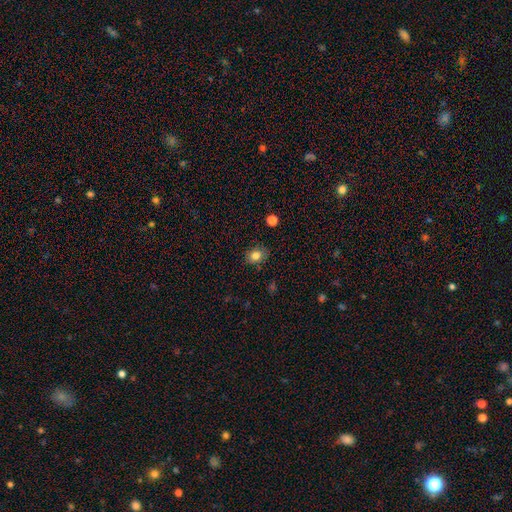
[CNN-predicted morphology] Smooth or featured? Predicted: smooth (p=0.81). How rounded? Predicted: in between (p=0.54). Merging? Predicted: none (p=0.82).